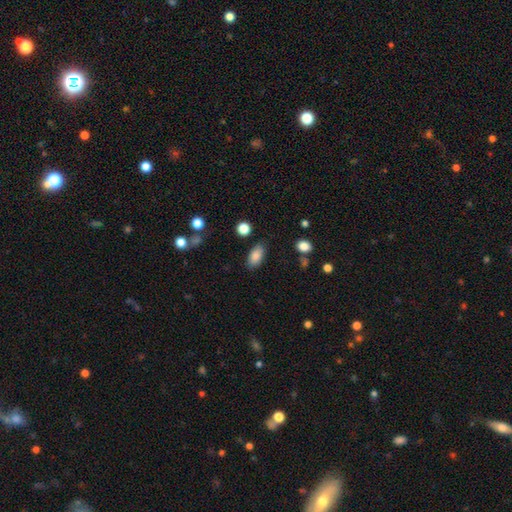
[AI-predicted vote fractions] A smooth galaxy with no disk features (86%) that is in between round and cigar-shaped (91%).

Vote fractions:
- Smooth or featured? smooth: 86% / star or artifact: 8% / featured or disk: 6%
- How rounded? in between: 91% / cigar-shaped: 5% / round: 4%
- Merging? none: 83% / minor disturbance: 12% / major disturbance: 3% / merger: 2%